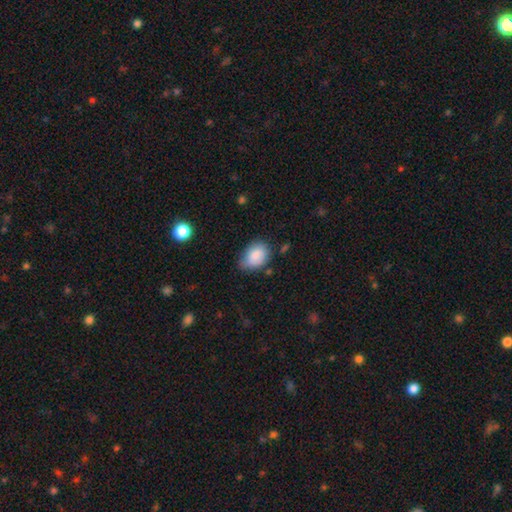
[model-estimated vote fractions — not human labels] The model was most divided on "merging": none: 56%, minor disturbance: 34%, major disturbance: 7%, merger: 3%. More confident: smooth or featured — smooth (84%); how rounded — in between (77%).